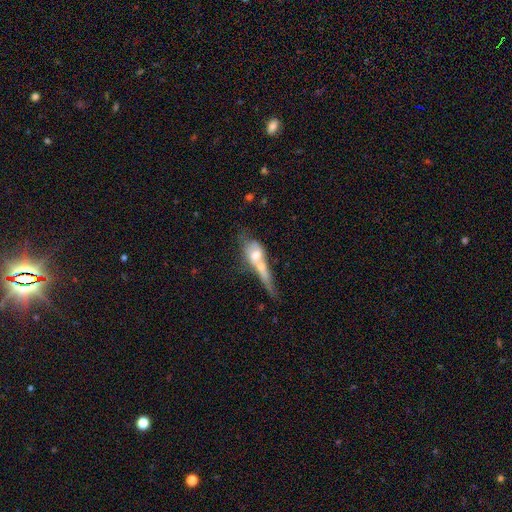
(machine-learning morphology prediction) Smooth or featured: smooth — 52% (featured or disk — 40%)
How rounded: in between — 50% (cigar-shaped — 30%)
Merging: merger — 62% (none — 15%)